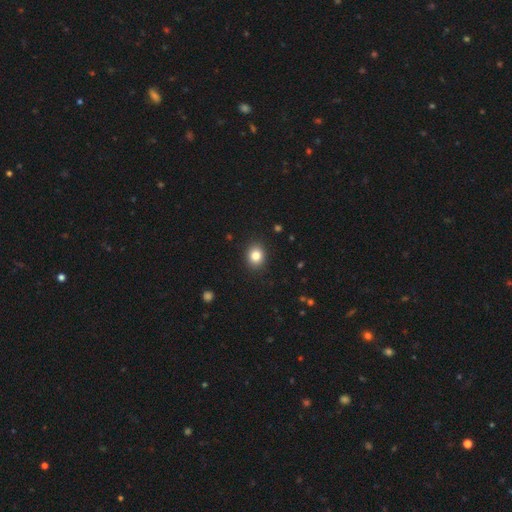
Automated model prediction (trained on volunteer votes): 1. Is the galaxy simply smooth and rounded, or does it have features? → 83% smooth, 10% star or artifact, 6% featured or disk.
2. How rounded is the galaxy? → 64% round, 35% in between, 1% cigar-shaped.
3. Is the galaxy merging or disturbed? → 90% none, 7% minor disturbance, 2% major disturbance, 1% merger.